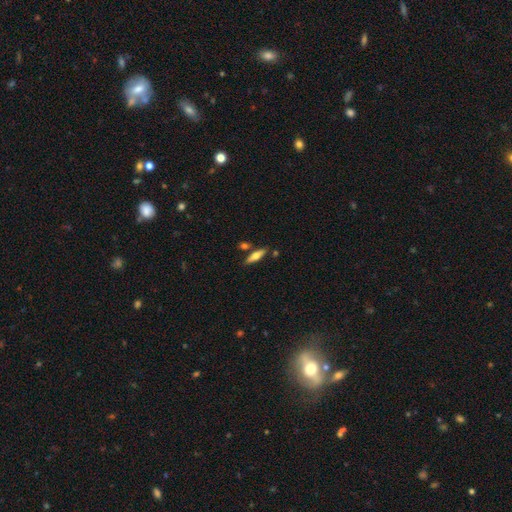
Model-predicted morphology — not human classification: type=smooth (51%); roundness=cigar-shaped (60%); merging=none (79%).